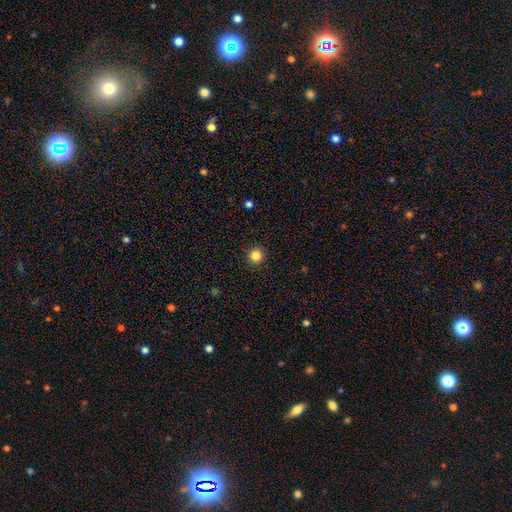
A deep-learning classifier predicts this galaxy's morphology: Smooth or featured? Predicted: smooth (p=0.85). How rounded? Predicted: round (p=0.95). Merging? Predicted: none (p=0.92).